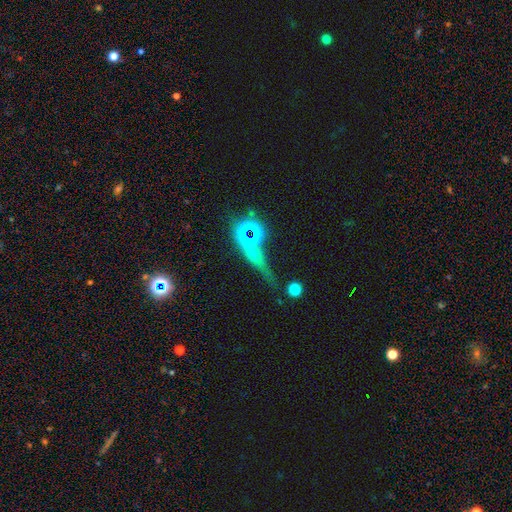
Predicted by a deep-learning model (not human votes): A star or artifact, not a galaxy (50%).

Vote fractions:
- Smooth or featured? star or artifact: 50% / featured or disk: 26% / smooth: 24%